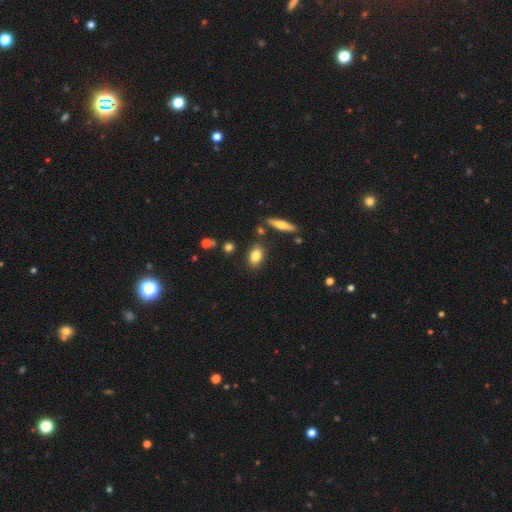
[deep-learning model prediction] smooth_or_featured: smooth (p=0.82) [alt: featured or disk p=0.10]
how_rounded: in between (p=0.82) [alt: round p=0.13]
merging: none (p=0.82) [alt: minor disturbance p=0.10]